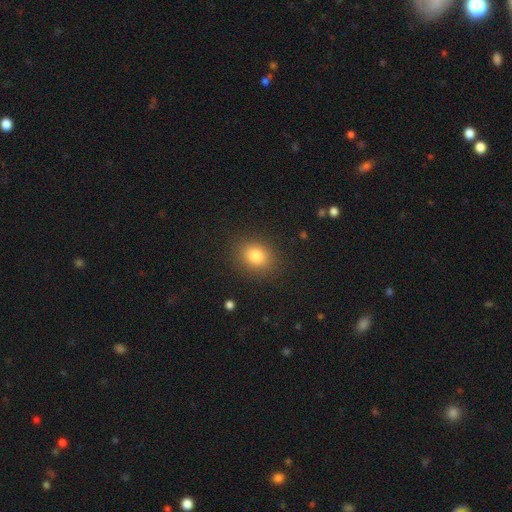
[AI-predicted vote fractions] smooth 82%, star or artifact 11%, featured or disk 7%. Down the decision tree: how rounded — round (54%); merging — none (88%).